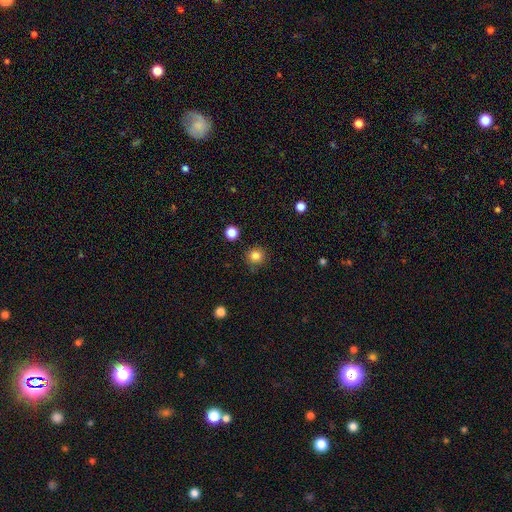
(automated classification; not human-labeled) Overall: smooth (83%). How rounded: round (94%). Merging: none (86%).